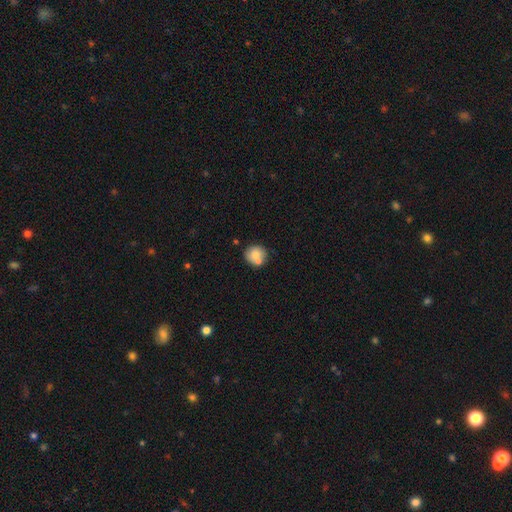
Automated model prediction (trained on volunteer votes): Smooth or featured? Predicted: smooth (p=0.77). How rounded? Predicted: round (p=0.88). Merging? Predicted: none (p=0.65).